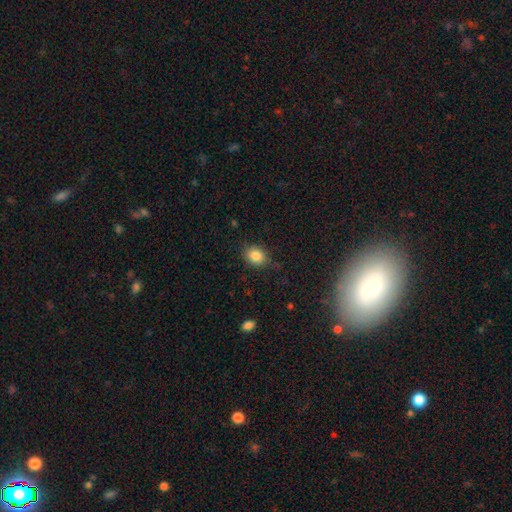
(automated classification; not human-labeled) A smooth galaxy with no disk features (85%) that is in between round and cigar-shaped (58%). Merging: none (78%).